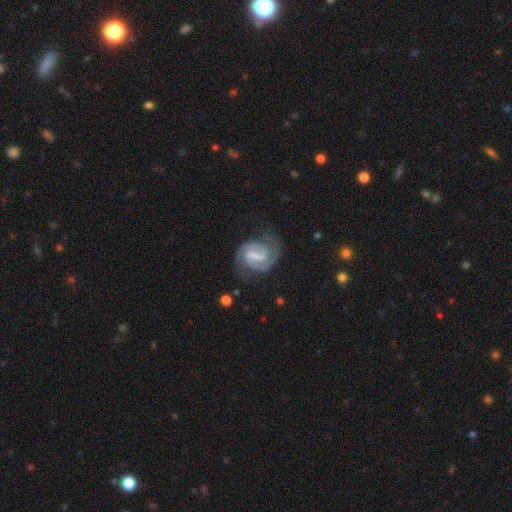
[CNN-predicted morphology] This is clearly a featured or disk galaxy (89%). It is clearly not viewed edge-on (98%). Bar: possibly strong (50%). Spiral arm pattern: clearly yes (98%). Spiral arm count: clearly 2 (91%). Spiral winding: possibly medium (48%). Central bulge: possibly none (50%). Merging: likely none (73%).